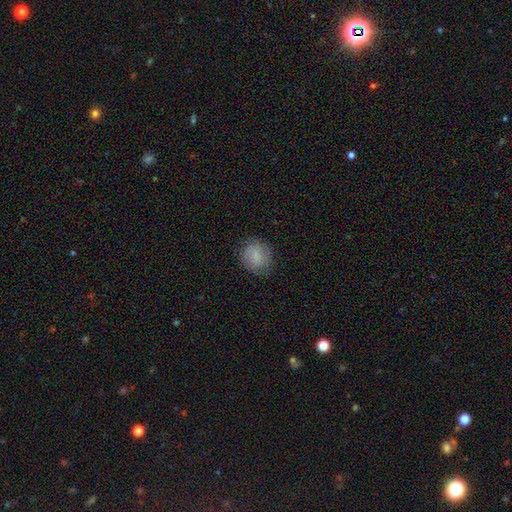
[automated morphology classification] This is likely a smooth galaxy (78%). How rounded: likely round (78%). Merging: clearly none (81%).